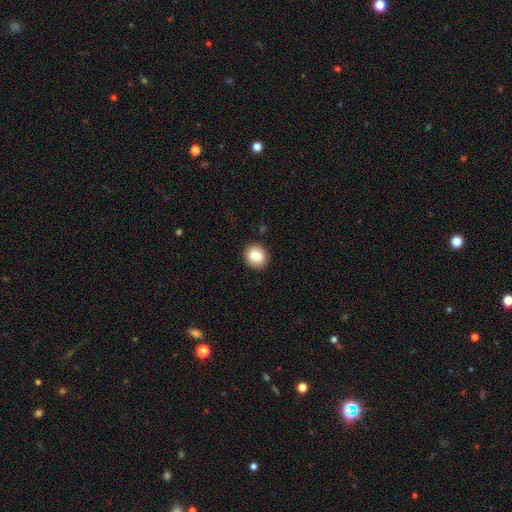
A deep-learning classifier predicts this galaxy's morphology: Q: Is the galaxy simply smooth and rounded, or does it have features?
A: smooth — 84%.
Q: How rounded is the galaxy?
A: round — 75%.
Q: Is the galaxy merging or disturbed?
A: none — 90%.